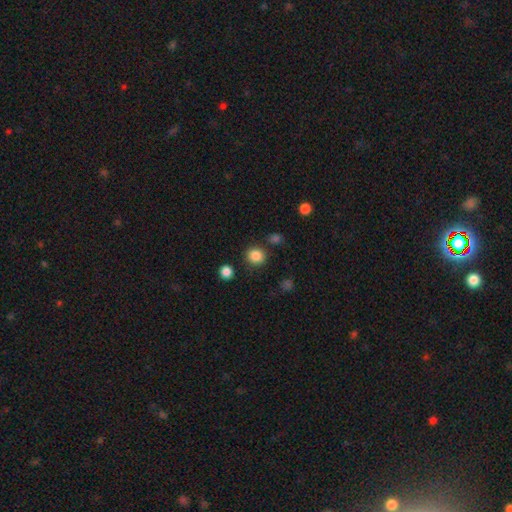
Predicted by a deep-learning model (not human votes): Smooth or featured?
  - smooth: 85% *
  - star or artifact: 11%
  - featured or disk: 4%
How rounded?
  - round: 91% *
  - in between: 8%
  - cigar-shaped: 1%
Merging?
  - none: 86% *
  - minor disturbance: 7%
  - merger: 4%
  - major disturbance: 3%